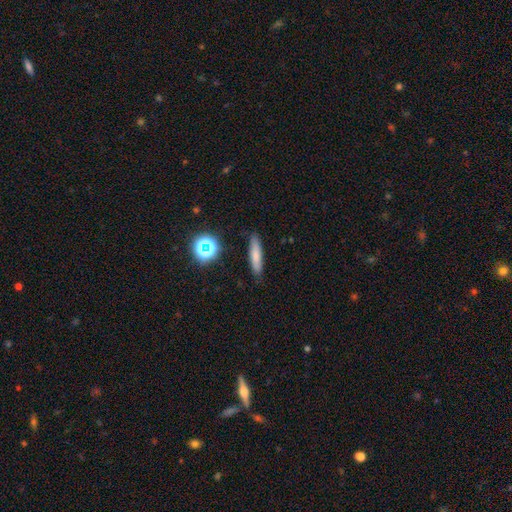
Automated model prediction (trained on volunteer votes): Smooth or featured? Predicted: smooth (p=0.72). How rounded? Predicted: cigar-shaped (p=0.82). Merging? Predicted: none (p=0.85).